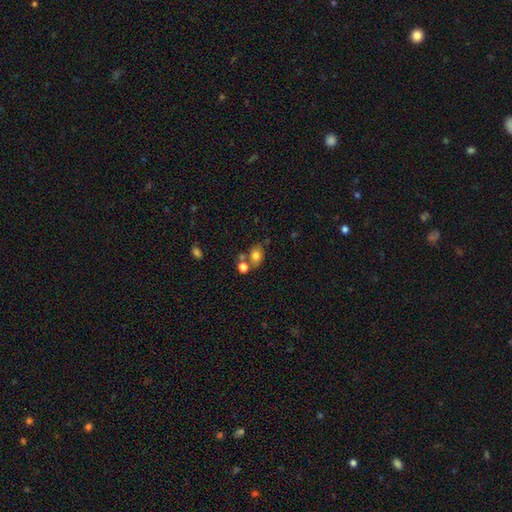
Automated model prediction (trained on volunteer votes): This is likely a smooth galaxy (76%). How rounded: possibly in between (59%). Merging: possibly none (57%).